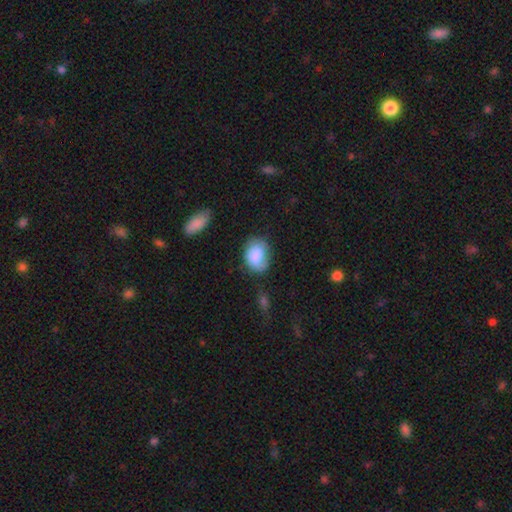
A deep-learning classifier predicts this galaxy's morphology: This is clearly a smooth galaxy (82%). How rounded: likely in between (69%). Merging: possibly none (58%).